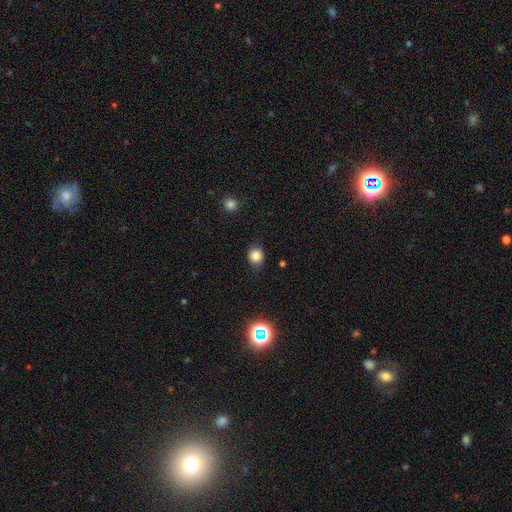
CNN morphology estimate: This appears to be a smooth galaxy with no disk features (81%) that is round (73%). Merging: none (78%).